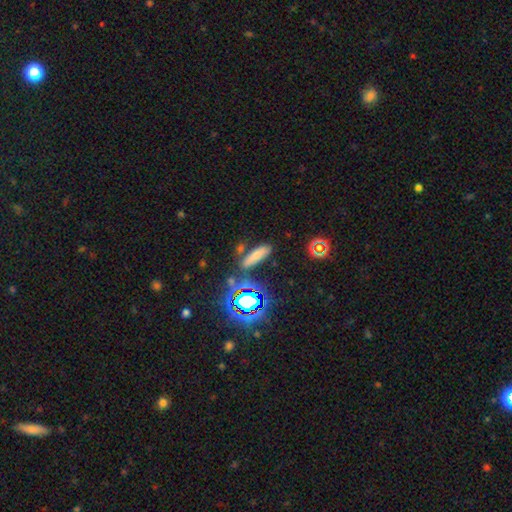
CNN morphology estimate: type=smooth (62%); roundness=cigar-shaped (60%); merging=none (75%).